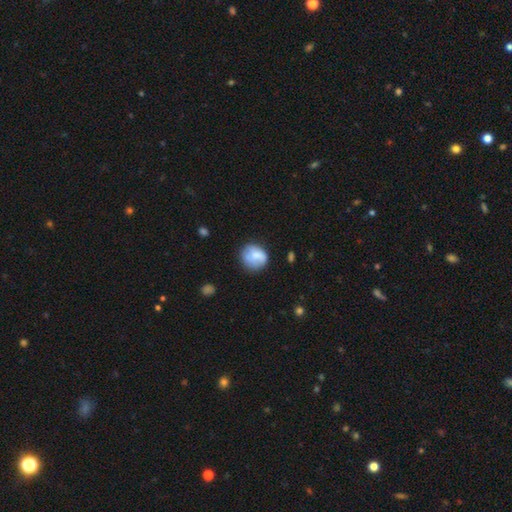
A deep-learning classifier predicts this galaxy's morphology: This appears to be a smooth galaxy with no disk features (70%) that is round (79%). Merging: none (67%).